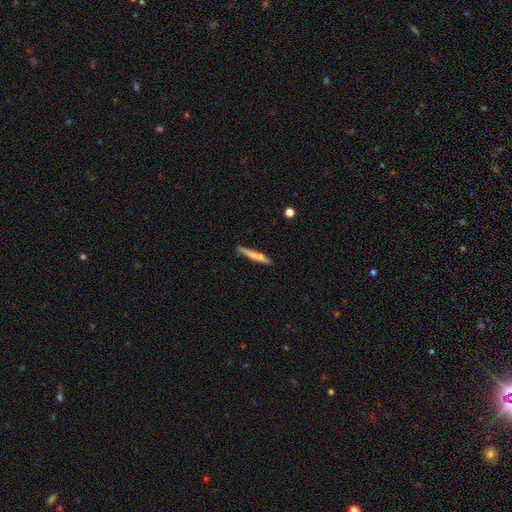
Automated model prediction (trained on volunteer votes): smooth-or-featured: smooth: 63% | featured or disk: 31% | star or artifact: 6%
  how-rounded: cigar-shaped: 94% | in between: 4% | round: 1%
  merging: none: 77% | minor disturbance: 15% | merger: 5% | major disturbance: 3%